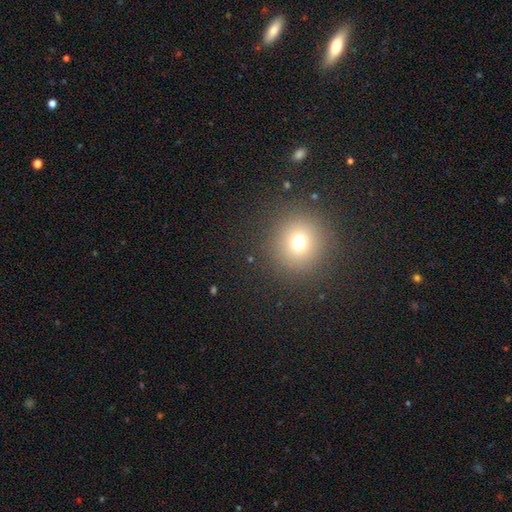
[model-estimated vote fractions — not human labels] Smooth or featured? smooth (65%)
How rounded? round (94%)
Merging? none (92%)